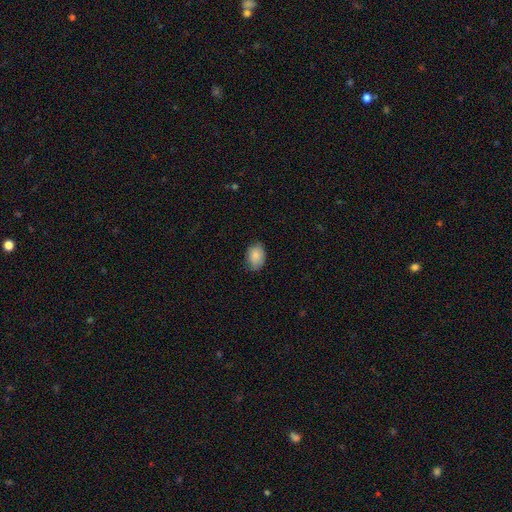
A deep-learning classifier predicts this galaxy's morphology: smooth-or-featured: smooth: 86% | featured or disk: 7% | star or artifact: 7%
  how-rounded: in between: 77% | round: 22% | cigar-shaped: 1%
  merging: none: 77% | minor disturbance: 19% | major disturbance: 3% | merger: 1%